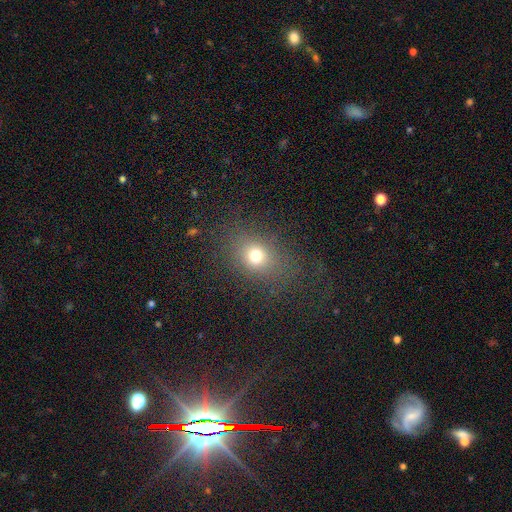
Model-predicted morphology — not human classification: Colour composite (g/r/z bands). It shows a smooth galaxy with no disk features (71%) that is round (55%). Merging: none (80%).